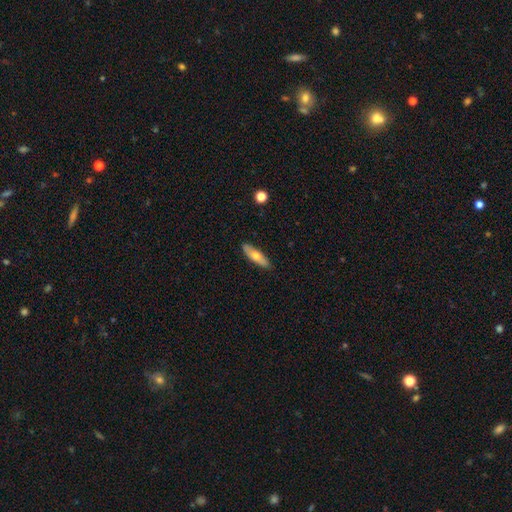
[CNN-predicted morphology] type=smooth (64%); roundness=cigar-shaped (60%); merging=none (88%).